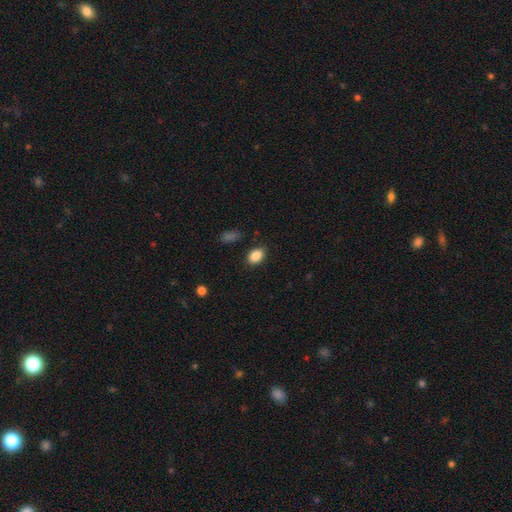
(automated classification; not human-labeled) Smooth or featured? smooth (87%)
How rounded? in between (81%)
Merging? none (85%)